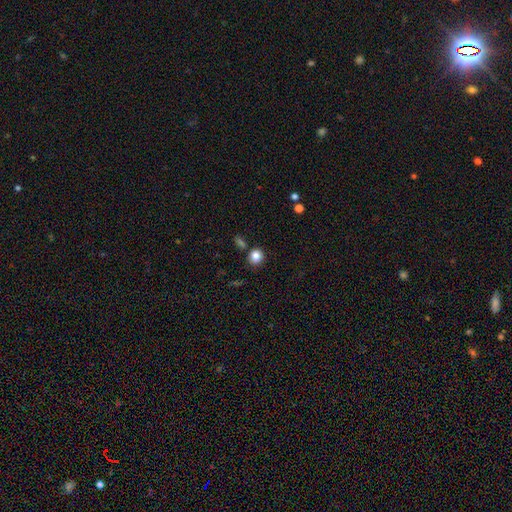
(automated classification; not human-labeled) Smooth or featured? smooth (84%)
How rounded? round (81%)
Merging? none (78%)